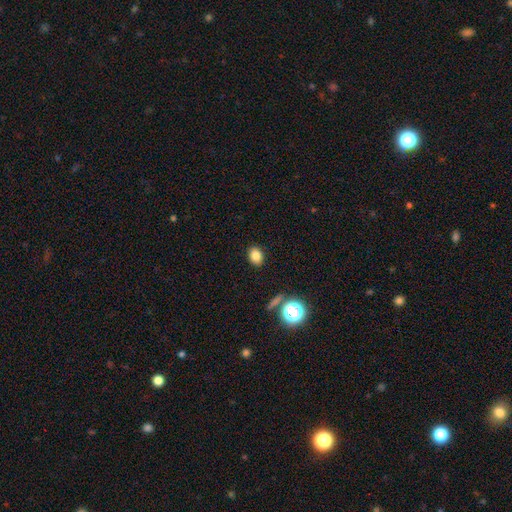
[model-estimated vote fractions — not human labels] This is clearly a smooth galaxy (82%). How rounded: likely in between (62%). Merging: clearly none (89%).